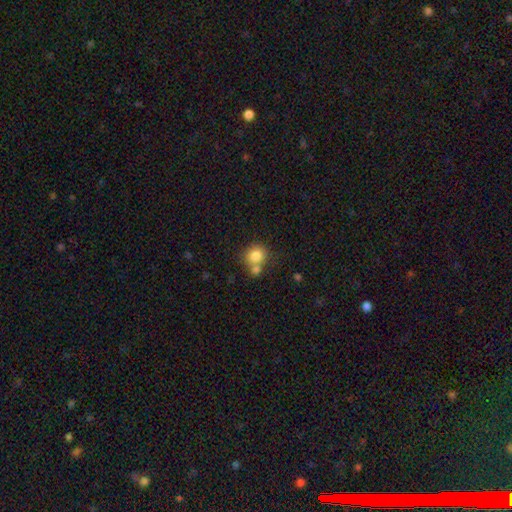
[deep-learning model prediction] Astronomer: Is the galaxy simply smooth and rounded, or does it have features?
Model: smooth — 82%.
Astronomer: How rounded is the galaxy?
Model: round — 83%.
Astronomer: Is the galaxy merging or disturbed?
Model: none — 52% (runner-up: merger, 34%).